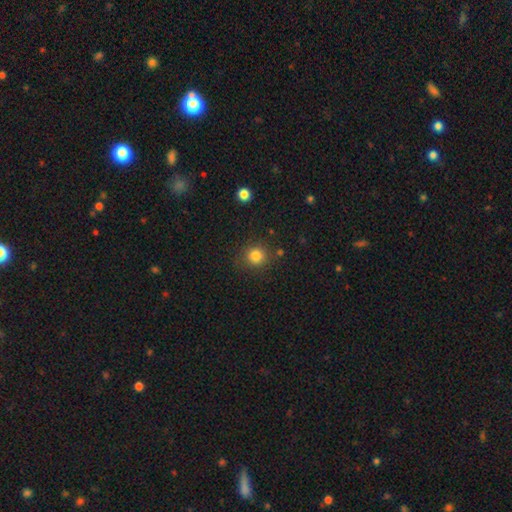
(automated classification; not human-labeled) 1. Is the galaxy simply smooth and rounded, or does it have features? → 83% smooth, 12% star or artifact, 5% featured or disk.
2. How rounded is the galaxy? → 90% round, 9% in between, 1% cigar-shaped.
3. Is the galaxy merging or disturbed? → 85% none, 9% minor disturbance, 3% major disturbance, 3% merger.